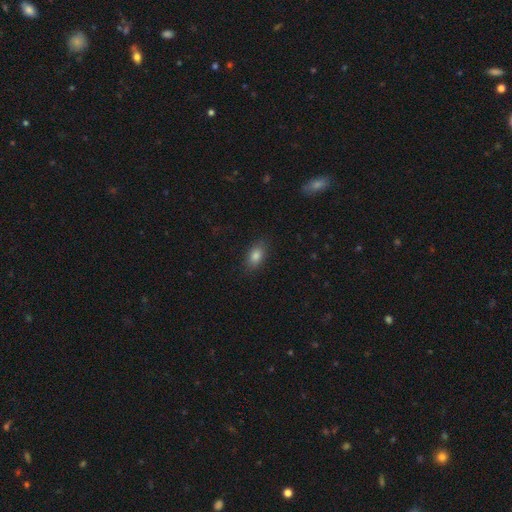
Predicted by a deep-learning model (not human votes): Smooth or featured? Predicted: smooth (p=0.83). How rounded? Predicted: in between (p=0.87). Merging? Predicted: none (p=0.86).